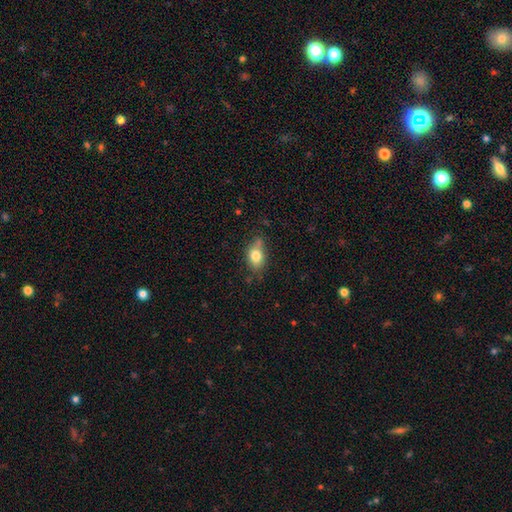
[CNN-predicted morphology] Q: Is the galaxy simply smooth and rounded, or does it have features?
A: smooth — 79%.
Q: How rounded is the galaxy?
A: in between — 76%.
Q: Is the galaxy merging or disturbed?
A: none — 62%.